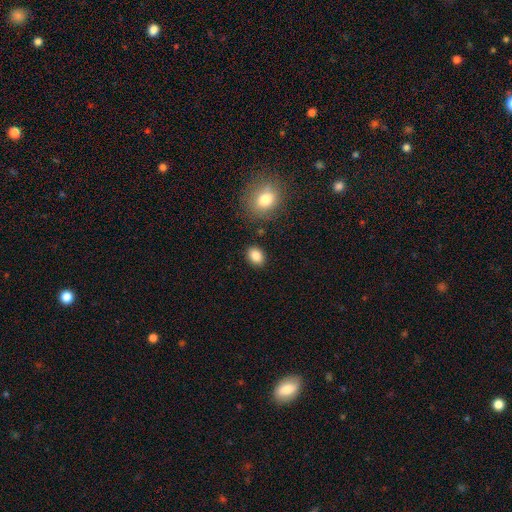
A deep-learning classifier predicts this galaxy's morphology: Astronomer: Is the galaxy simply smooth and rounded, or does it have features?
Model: smooth — 86%.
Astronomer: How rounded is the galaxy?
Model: in between — 69%.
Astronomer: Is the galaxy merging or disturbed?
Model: none — 85%.